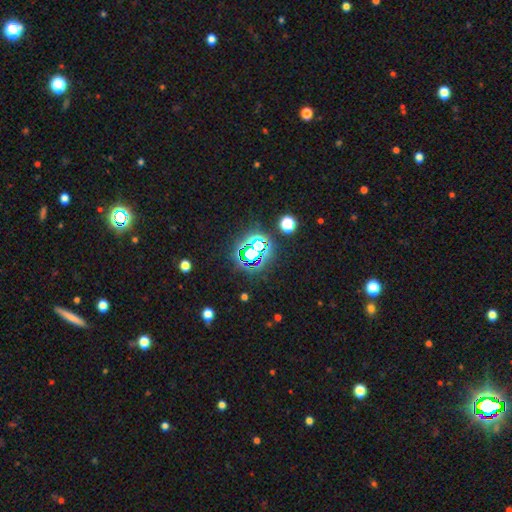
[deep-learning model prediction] Smooth or featured?
  - star or artifact: 76% *
  - smooth: 14%
  - featured or disk: 10%